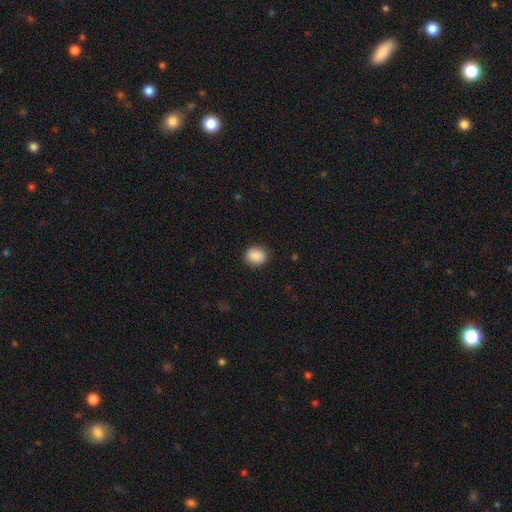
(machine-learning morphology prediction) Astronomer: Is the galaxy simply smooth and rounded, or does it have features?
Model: smooth — 89%.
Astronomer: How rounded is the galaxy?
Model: round — 60% (runner-up: in between, 39%).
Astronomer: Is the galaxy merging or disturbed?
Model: none — 88%.